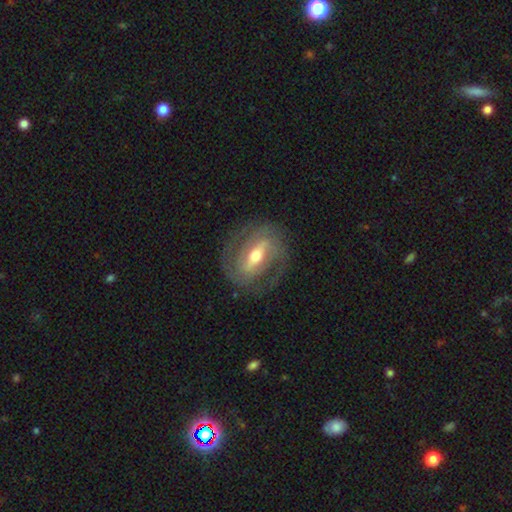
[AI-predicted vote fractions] Smooth or featured?
  - featured or disk: 82% *
  - smooth: 13%
  - star or artifact: 5%
Edge-on disk?
  - no: 90% *
  - yes: 10%
Bar?
  - strong: 60% *
  - weak: 28%
  - no: 11%
Spiral arms?
  - yes: 82% *
  - no: 18%
Spiral winding?
  - tight: 50% *
  - medium: 38%
  - loose: 12%
Spiral arm count?
  - 2: 77% *
  - can't tell: 12%
  - 3: 4%
  - 1: 4%
  - 4: 1%
  - more than 4: 1%
Bulge size?
  - moderate: 70% *
  - small: 21%
  - large: 8%
  - dominant: 1%
  - none: 1%
Merging?
  - none: 78% *
  - minor disturbance: 13%
  - major disturbance: 7%
  - merger: 1%